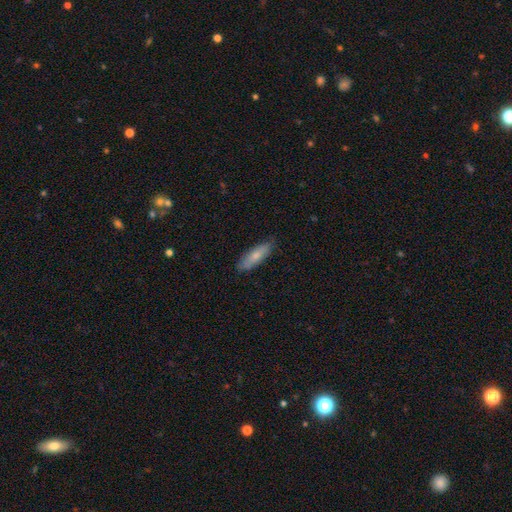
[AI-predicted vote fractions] Smooth or featured: smooth — 75% (featured or disk — 19%)
How rounded: in between — 50% (cigar-shaped — 48%)
Merging: none — 83% (minor disturbance — 14%)